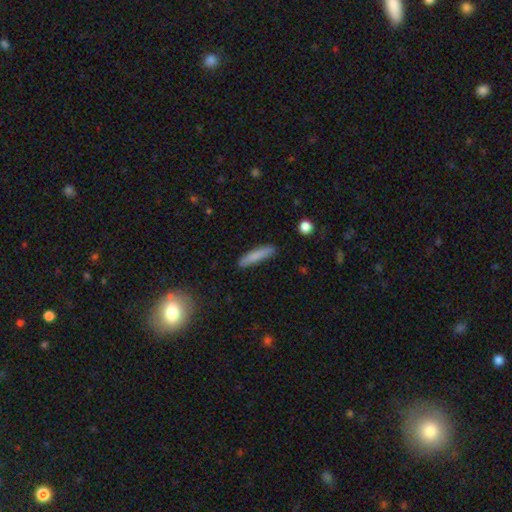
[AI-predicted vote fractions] Overall: smooth (80%). How rounded: cigar-shaped (89%). Merging: none (86%).